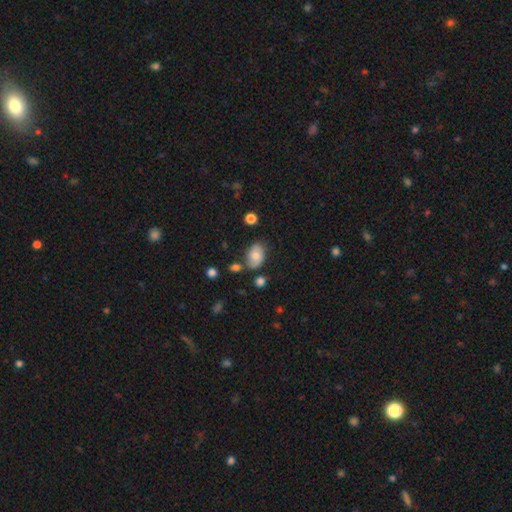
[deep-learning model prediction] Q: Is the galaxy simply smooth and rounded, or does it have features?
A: smooth — 74%.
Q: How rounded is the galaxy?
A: in between — 85%.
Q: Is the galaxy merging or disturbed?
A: none — 68%.